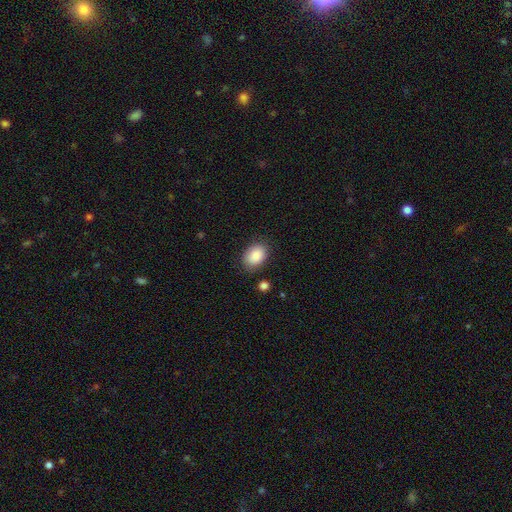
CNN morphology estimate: Overall: smooth (89%). How rounded: in between (78%). Merging: none (81%).